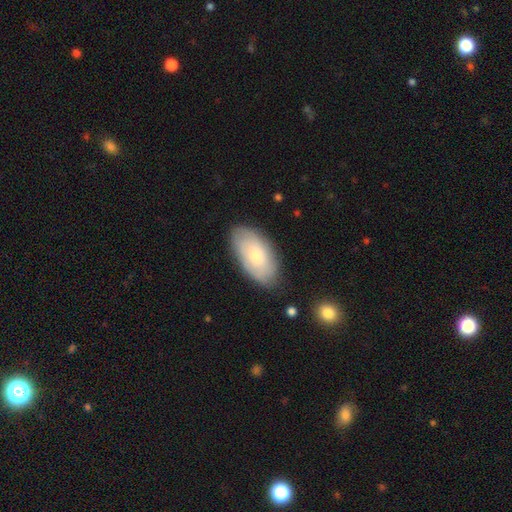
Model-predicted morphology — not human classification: smooth-or-featured: smooth: 65% | featured or disk: 29% | star or artifact: 6%
  how-rounded: in between: 94% | cigar-shaped: 3% | round: 3%
  merging: none: 79% | minor disturbance: 16% | major disturbance: 4% | merger: 2%